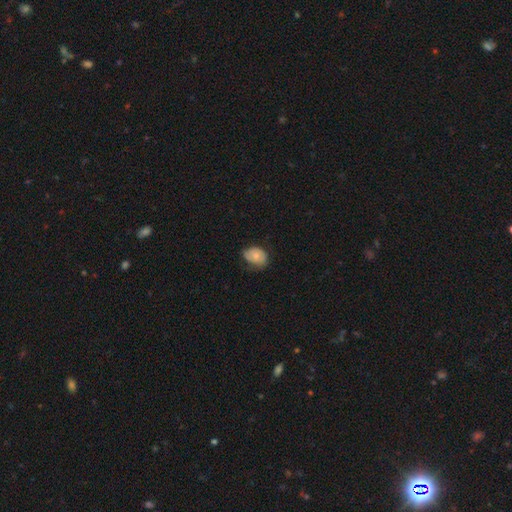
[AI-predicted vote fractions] This is likely a smooth galaxy (67%). How rounded: likely in between (65%). Merging: possibly none (51%).